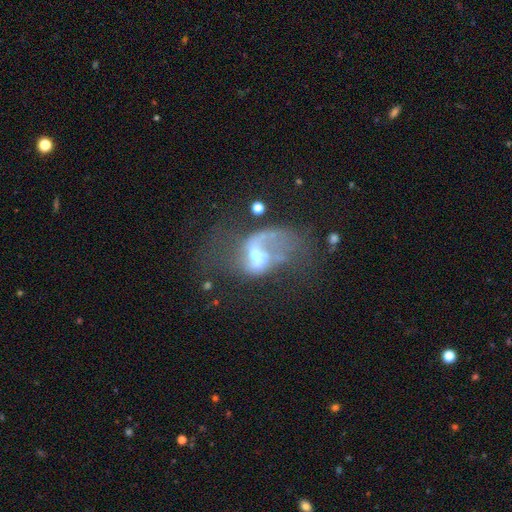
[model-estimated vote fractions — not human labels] Overall: featured or disk (75%). Edge-on disk: no (97%). Bar: no (50%; weak 38%). Spiral arms: yes (79%). Spiral arm count: 2 (48%; 1 40%). Spiral winding: loose (68%). Bulge size: moderate (51%; small 39%). Merging: major disturbance (42%; none 27%).